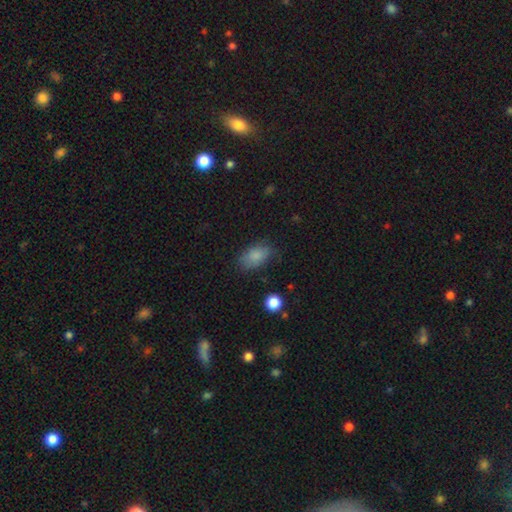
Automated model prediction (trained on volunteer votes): smooth-or-featured: smooth: 83% | star or artifact: 9% | featured or disk: 8%
  how-rounded: in between: 89% | round: 9% | cigar-shaped: 2%
  merging: none: 73% | minor disturbance: 20% | major disturbance: 6% | merger: 2%